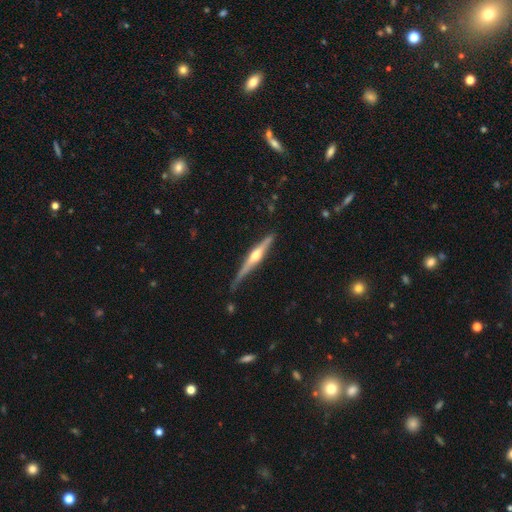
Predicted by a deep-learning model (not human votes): The model was most divided on "smooth or featured": featured or disk: 75%, smooth: 20%, star or artifact: 5%. More confident: edge-on disk — yes (97%); edge-on bulge — rounded (91%); merging — none (75%).